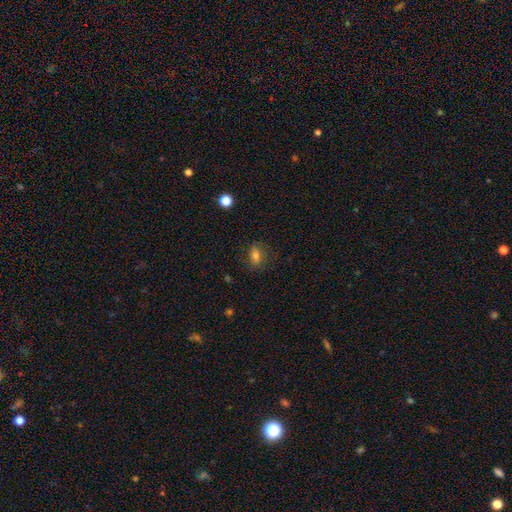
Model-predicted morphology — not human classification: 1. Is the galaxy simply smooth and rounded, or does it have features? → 73% smooth, 16% featured or disk, 11% star or artifact.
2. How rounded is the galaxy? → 74% in between, 23% round, 2% cigar-shaped.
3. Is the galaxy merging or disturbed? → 76% none, 16% minor disturbance, 6% major disturbance, 1% merger.